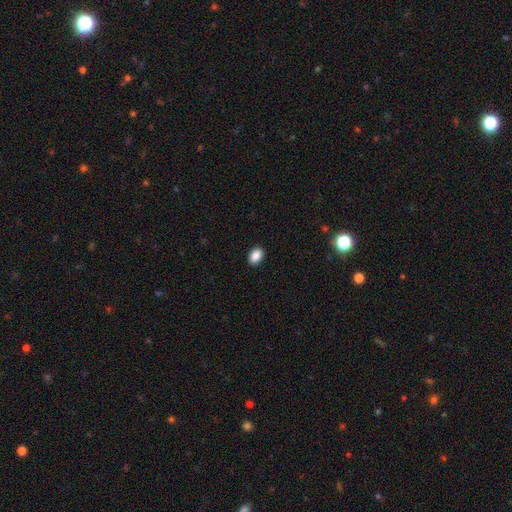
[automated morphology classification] This is clearly a smooth galaxy (89%). How rounded: clearly in between (84%). Merging: clearly none (90%).